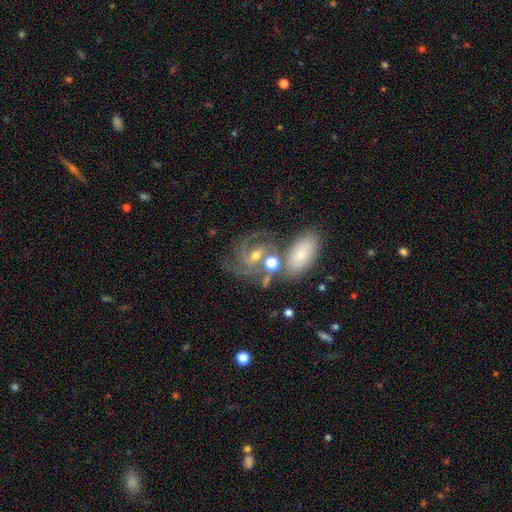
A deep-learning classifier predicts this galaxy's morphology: Smooth or featured: featured or disk — 81% (smooth — 10%)
Edge-on disk: no — 97% (yes — 3%)
Bar: no — 48% (weak — 37%)
Spiral arms: yes — 96% (no — 4%)
Spiral winding: tight — 55% (medium — 38%)
Spiral arm count: 3 — 35% (2 — 30%)
Bulge size: moderate — 48% (small — 44%)
Merging: none — 58% (merger — 17%)